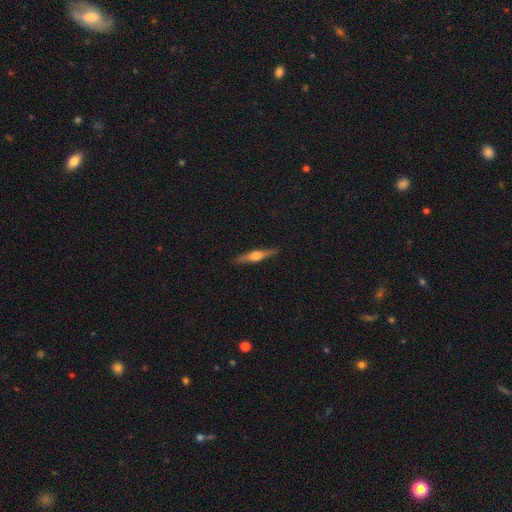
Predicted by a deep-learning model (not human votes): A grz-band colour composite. It shows a featured or disk galaxy (63%) viewed edge-on (97%) with a rounded central bulge (92%). Merging: none (90%).